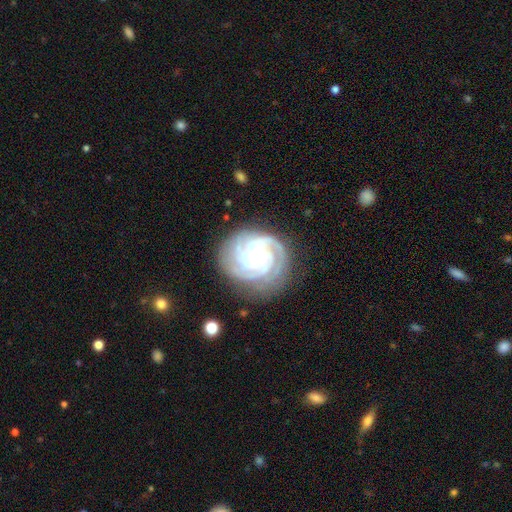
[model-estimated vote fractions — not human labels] The model was most divided on "bulge size": moderate: 44%, small: 42%, large: 8%, none: 3%, dominant: 2%. Remaining: edge-on disk — no (98%); spiral arms — yes (98%); smooth or featured — featured or disk (89%); spiral winding — tight (77%); merging — none (74%); bar — no (68%); spiral arm count — 3 (40%).